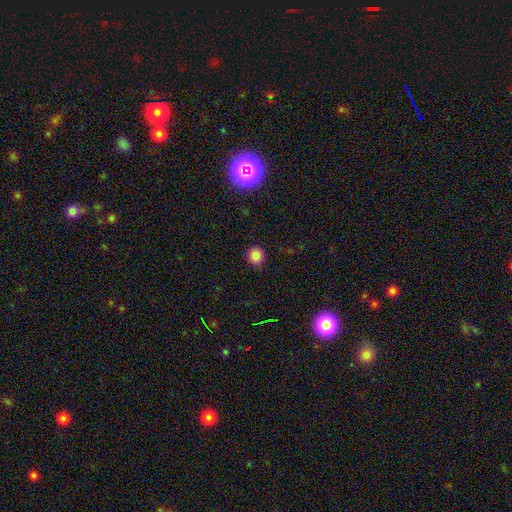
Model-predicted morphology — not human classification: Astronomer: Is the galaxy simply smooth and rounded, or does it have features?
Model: smooth — 82%.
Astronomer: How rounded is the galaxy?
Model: round — 88%.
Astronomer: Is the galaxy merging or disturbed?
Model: none — 87%.